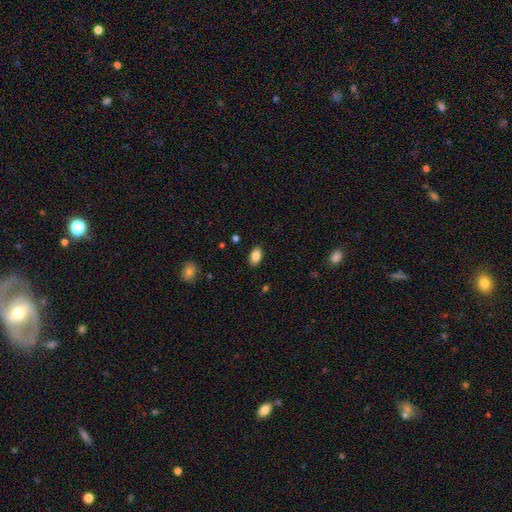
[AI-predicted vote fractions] smooth-or-featured: smooth: 86% | star or artifact: 8% | featured or disk: 6%
  how-rounded: in between: 91% | round: 7% | cigar-shaped: 2%
  merging: none: 88% | minor disturbance: 9% | major disturbance: 2% | merger: 1%